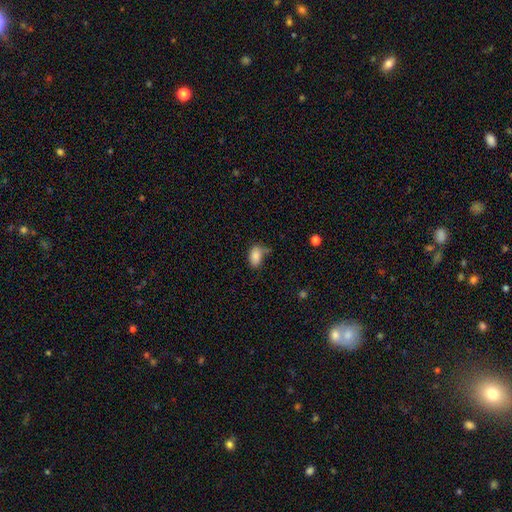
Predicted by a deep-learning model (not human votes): The model was most divided on "merging": none: 50%, minor disturbance: 31%, major disturbance: 11%, merger: 7%. More confident: how rounded — in between (90%); smooth or featured — smooth (84%).